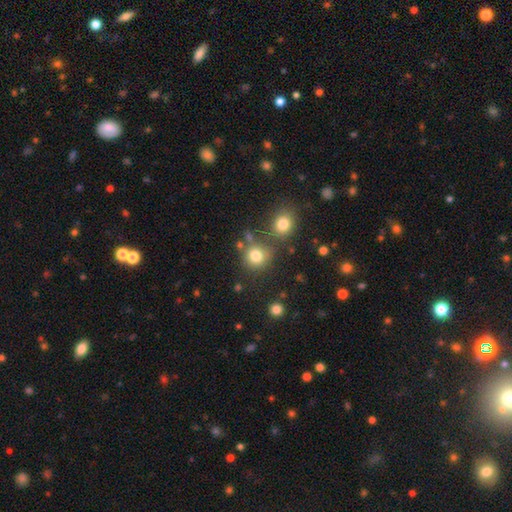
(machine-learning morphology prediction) The model was most divided on "merging": none: 69%, merger: 16%, minor disturbance: 10%, major disturbance: 4%. More confident: how rounded — round (89%); smooth or featured — smooth (80%).